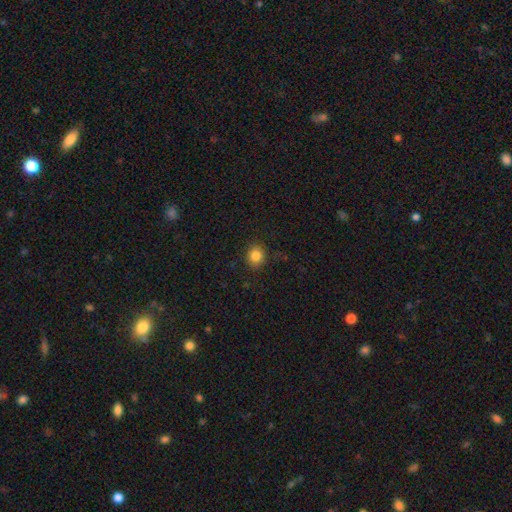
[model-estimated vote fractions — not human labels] Morphology: type=smooth (84%); roundness=round (80%); merging=none (88%).